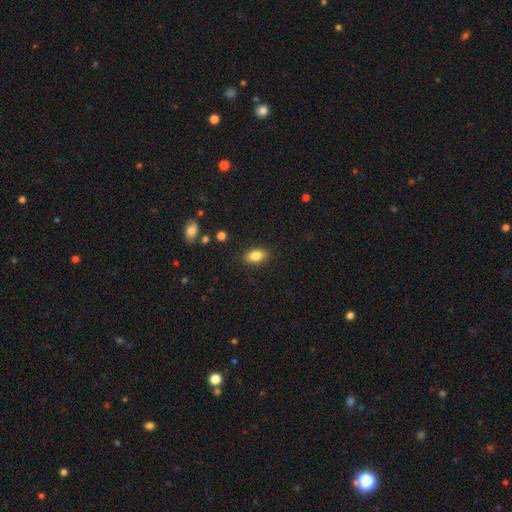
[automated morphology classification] type=smooth (84%); roundness=in between (88%); merging=none (86%).